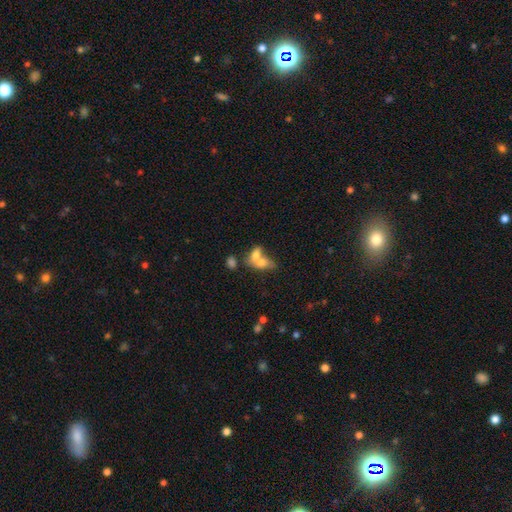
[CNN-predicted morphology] Smooth or featured: smooth — 70% (featured or disk — 21%)
How rounded: in between — 79% (round — 15%)
Merging: merger — 68% (none — 20%)